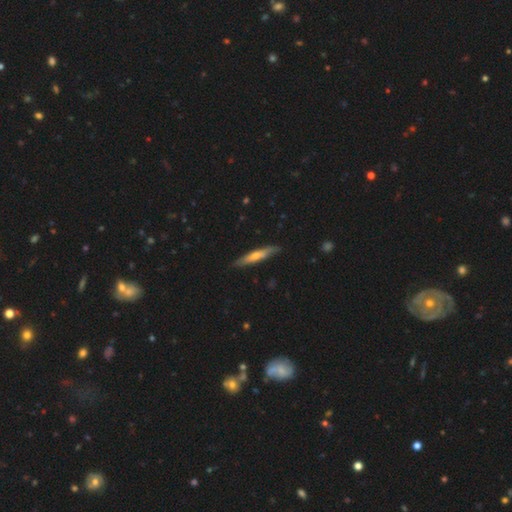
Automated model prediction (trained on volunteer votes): This appears to be a smooth galaxy with no disk features (47%, tied with featured or disk). Merging: none (84%).